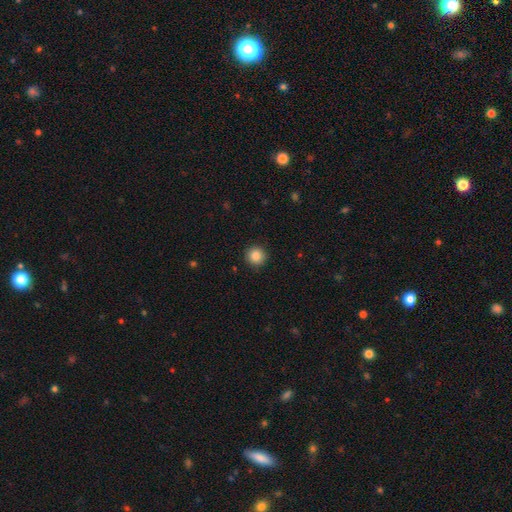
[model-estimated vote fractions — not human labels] A smooth galaxy with no disk features (85%) that is round (95%).

Vote fractions:
- Smooth or featured? smooth: 85% / star or artifact: 10% / featured or disk: 5%
- How rounded? round: 95% / in between: 4% / cigar-shaped: 1%
- Merging? none: 92% / minor disturbance: 5% / major disturbance: 2% / merger: 1%